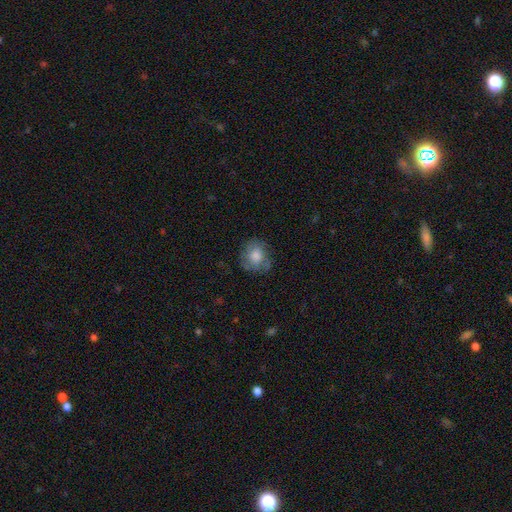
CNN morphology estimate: Smooth or featured? Predicted: smooth (p=0.72). How rounded? Predicted: round (p=0.78). Merging? Predicted: none (p=0.68).